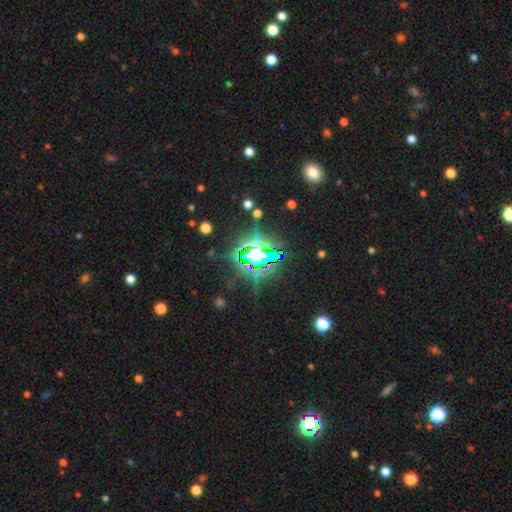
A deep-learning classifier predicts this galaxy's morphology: smooth_or_featured: star or artifact (p=0.75) [alt: smooth p=0.15]